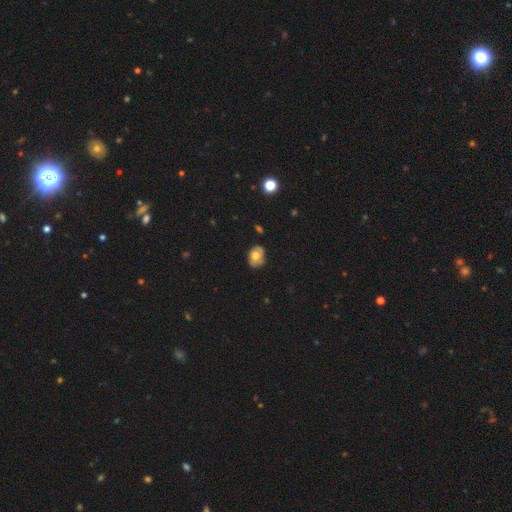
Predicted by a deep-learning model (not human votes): Q: Smooth or featured?
A: smooth (63%); runner-up: featured or disk (28%)
Q: How rounded?
A: in between (58%); runner-up: round (41%)
Q: Merging?
A: none (74%); runner-up: minor disturbance (21%)